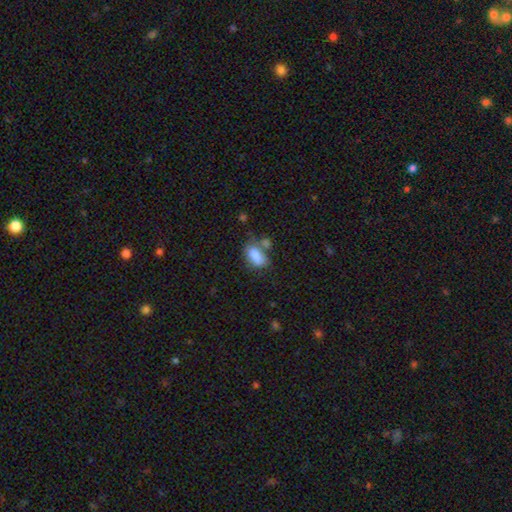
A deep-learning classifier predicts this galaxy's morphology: smooth_or_featured: smooth (p=0.83) [alt: featured or disk p=0.09]
how_rounded: in between (p=0.90) [alt: round p=0.06]
merging: none (p=0.42) [alt: merger p=0.28]